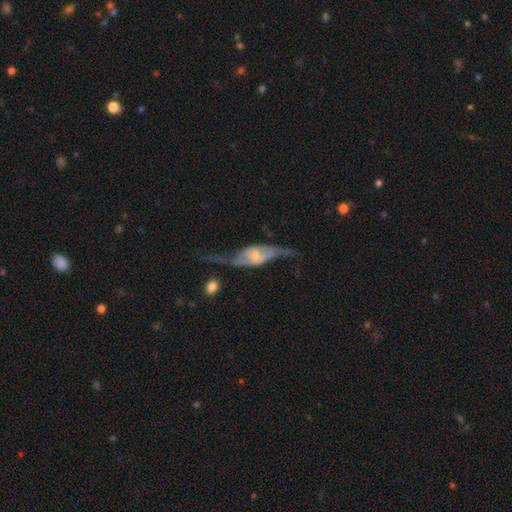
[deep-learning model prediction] Morphology: type=featured or disk (77%); edge-on=yes (54%); merging=none (41%).